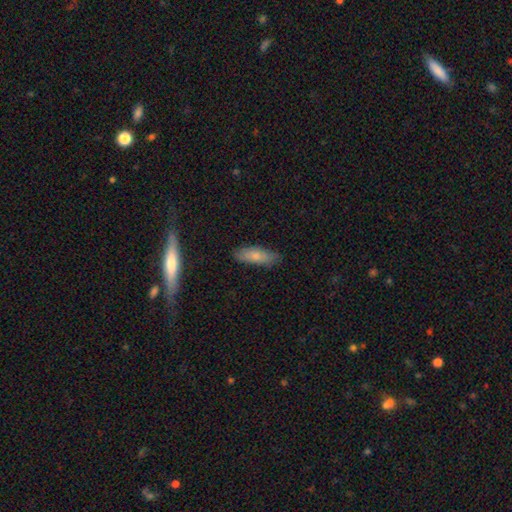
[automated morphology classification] smooth-or-featured: smooth: 75% | featured or disk: 19% | star or artifact: 7%
  how-rounded: in between: 50% | cigar-shaped: 48% | round: 2%
  merging: none: 83% | minor disturbance: 13% | major disturbance: 2% | merger: 1%